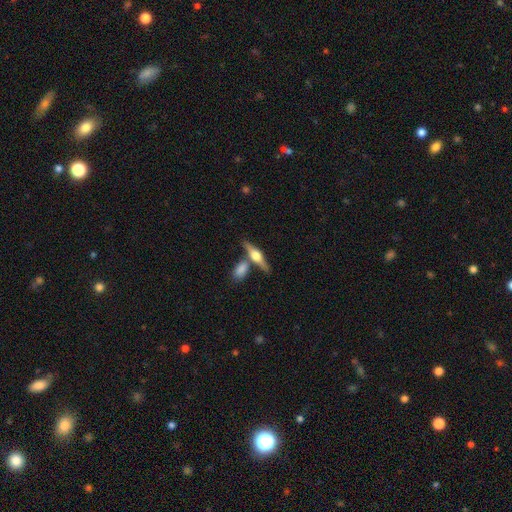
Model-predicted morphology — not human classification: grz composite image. It shows a featured or disk galaxy (67%) viewed edge-on (95%) with a rounded central bulge (94%). Merging: none (65%).